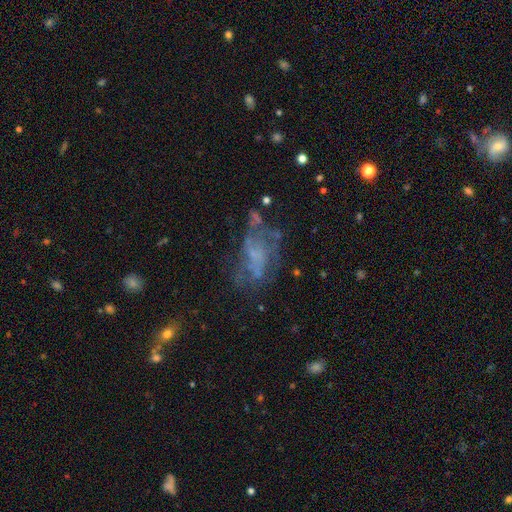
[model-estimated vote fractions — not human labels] Smooth or featured? featured or disk (57%)
Edge-on disk? no (96%)
Bar? no (73%)
Spiral arms? no (52%)
Bulge size? none (52%)
Merging? none (46%)